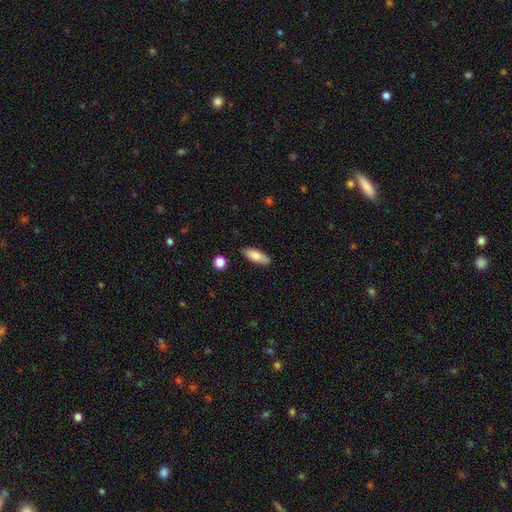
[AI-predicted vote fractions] A smooth galaxy with no disk features (79%) that is in between round and cigar-shaped (68%).

Vote fractions:
- Smooth or featured? smooth: 79% / featured or disk: 14% / star or artifact: 6%
- How rounded? in between: 68% / cigar-shaped: 30% / round: 2%
- Merging? none: 85% / minor disturbance: 11% / major disturbance: 2% / merger: 2%